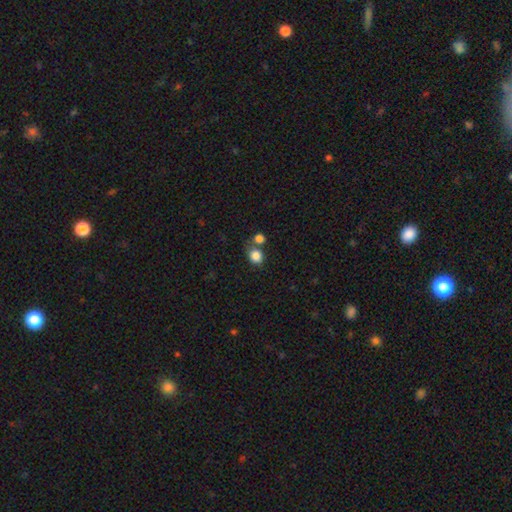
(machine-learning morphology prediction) Smooth or featured? Predicted: smooth (p=0.85). How rounded? Predicted: round (p=0.69). Merging? Predicted: none (p=0.58).